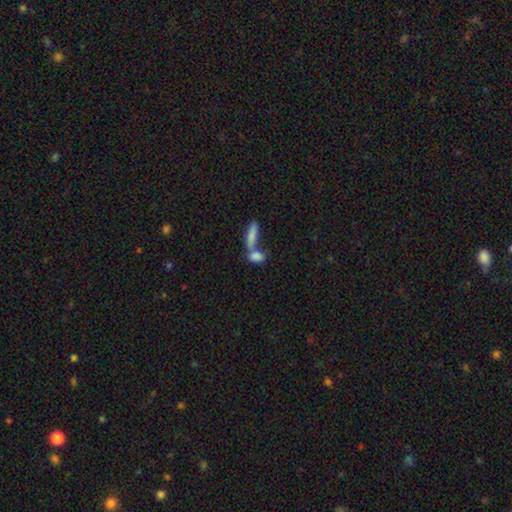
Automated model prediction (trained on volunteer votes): A smooth galaxy with no disk features (81%) that is in between round and cigar-shaped (71%).

Vote fractions:
- Smooth or featured? smooth: 81% / featured or disk: 12% / star or artifact: 8%
- How rounded? in between: 71% / cigar-shaped: 24% / round: 5%
- Merging? merger: 57% / none: 31% / minor disturbance: 8% / major disturbance: 4%